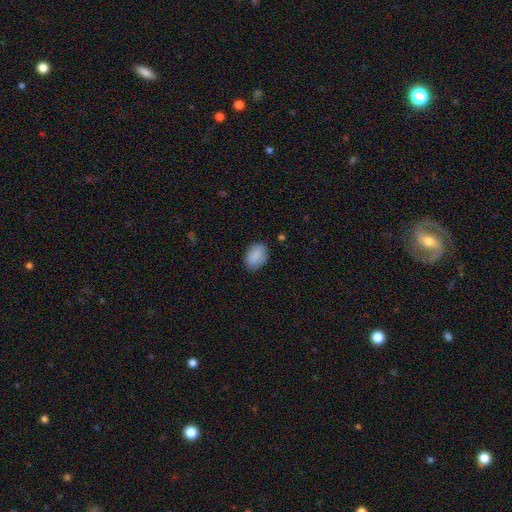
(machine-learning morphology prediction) smooth 88%, star or artifact 7%, featured or disk 6%. Down the decision tree: how rounded — in between (84%); merging — none (82%).